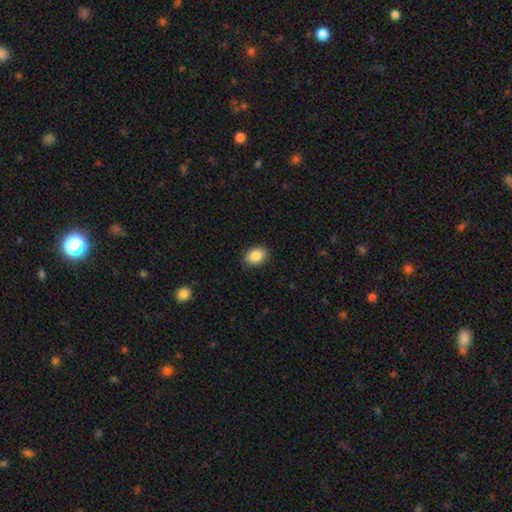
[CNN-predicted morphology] type=smooth (87%); roundness=in between (76%); merging=none (88%).